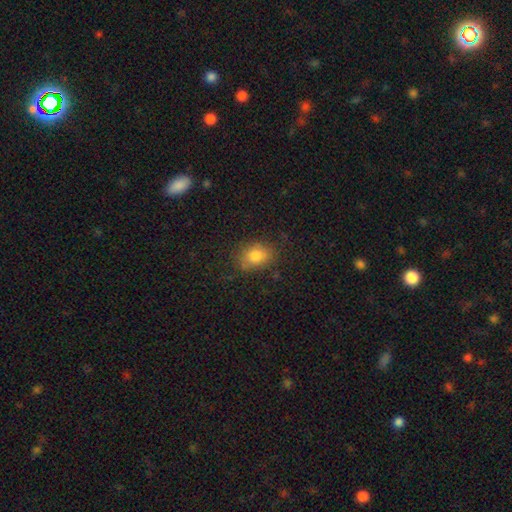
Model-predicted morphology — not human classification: A smooth galaxy with no disk features (79%) that is in between round and cigar-shaped (63%). Merging: none (74%).